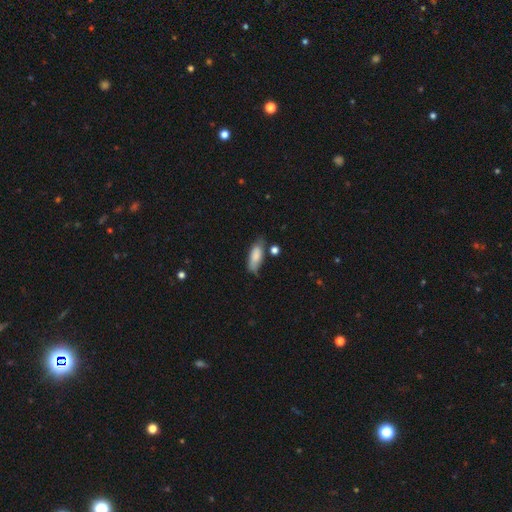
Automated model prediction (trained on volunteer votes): This appears to be a smooth galaxy with no disk features (81%) that is in between round and cigar-shaped (75%). Merging: none (55%).